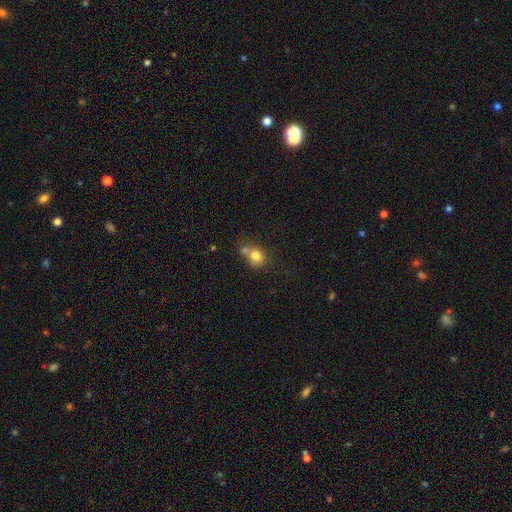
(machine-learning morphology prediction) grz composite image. It shows a smooth galaxy with no disk features (78%) that is round (72%). Merging: none (42%).